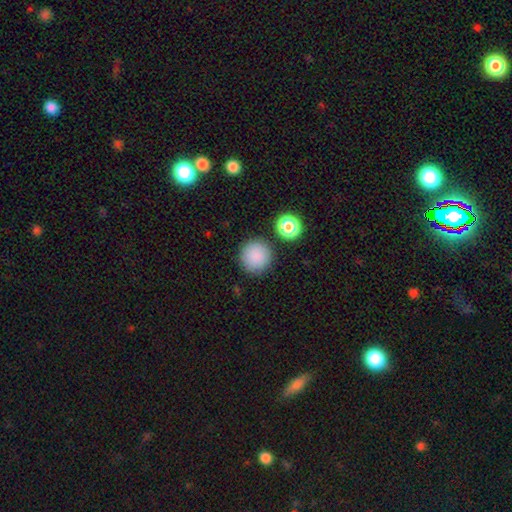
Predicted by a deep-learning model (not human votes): A smooth galaxy with no disk features (87%) that is round (95%).

Vote fractions:
- Smooth or featured? smooth: 87% / star or artifact: 9% / featured or disk: 4%
- How rounded? round: 95% / in between: 4% / cigar-shaped: 1%
- Merging? none: 85% / minor disturbance: 7% / merger: 5% / major disturbance: 2%